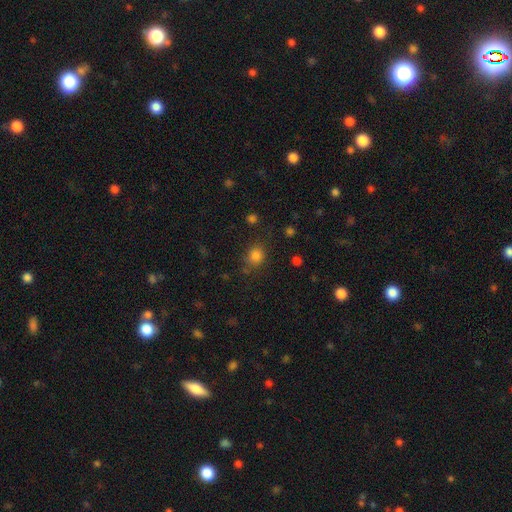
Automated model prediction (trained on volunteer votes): A smooth galaxy with no disk features (82%) that is round (76%). Merging: none (75%).